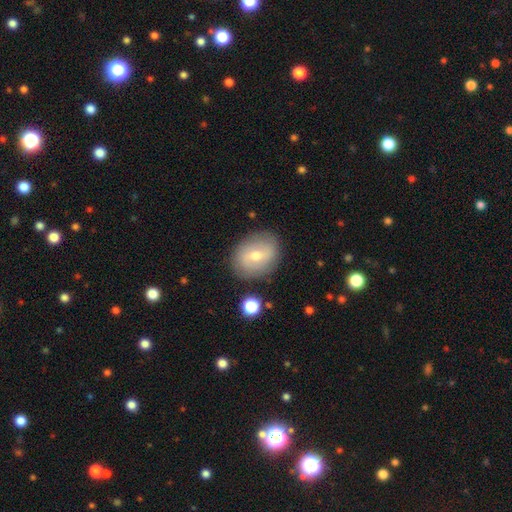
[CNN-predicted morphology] smooth-or-featured: smooth: 50% | featured or disk: 42% | star or artifact: 9%
  merging: none: 83% | minor disturbance: 12% | major disturbance: 3% | merger: 2%